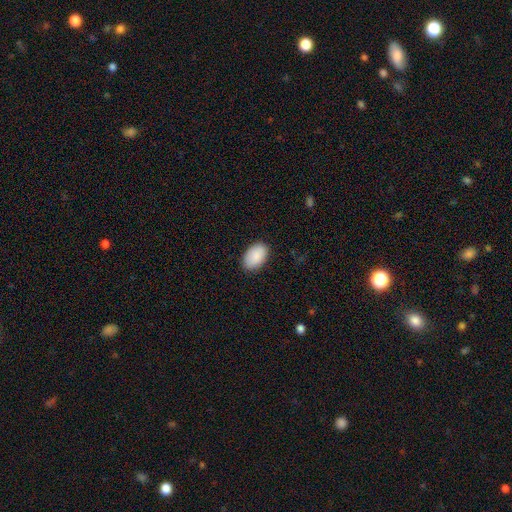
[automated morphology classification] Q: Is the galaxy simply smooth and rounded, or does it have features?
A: smooth — 90%.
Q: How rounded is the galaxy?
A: in between — 92%.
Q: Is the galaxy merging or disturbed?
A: none — 86%.